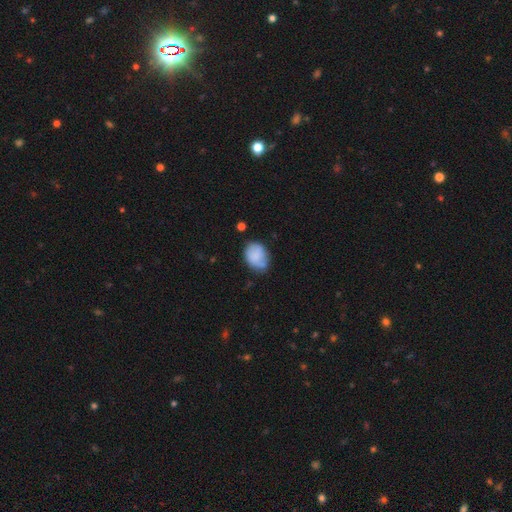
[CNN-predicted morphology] smooth-or-featured: smooth: 78% | featured or disk: 14% | star or artifact: 8%
  how-rounded: in between: 66% | round: 33% | cigar-shaped: 1%
  merging: none: 50% | minor disturbance: 32% | major disturbance: 9% | merger: 8%